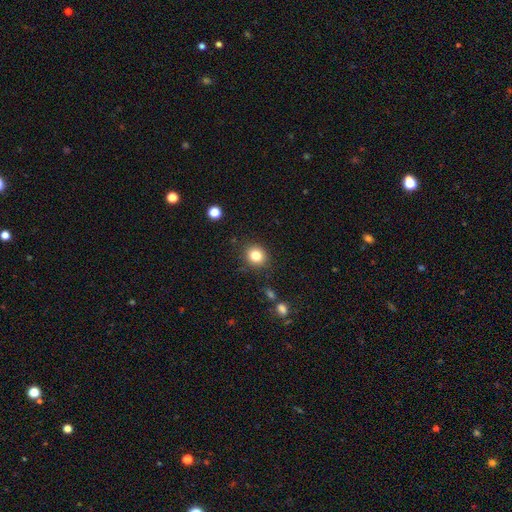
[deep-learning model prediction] A smooth galaxy with no disk features (82%) that is round (79%). Merging: none (87%).